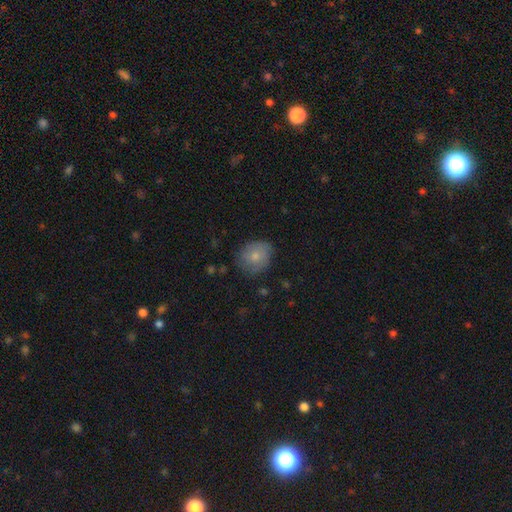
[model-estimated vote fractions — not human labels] Smooth or featured: smooth — 74% (featured or disk — 19%)
How rounded: round — 72% (in between — 27%)
Merging: none — 73% (minor disturbance — 20%)